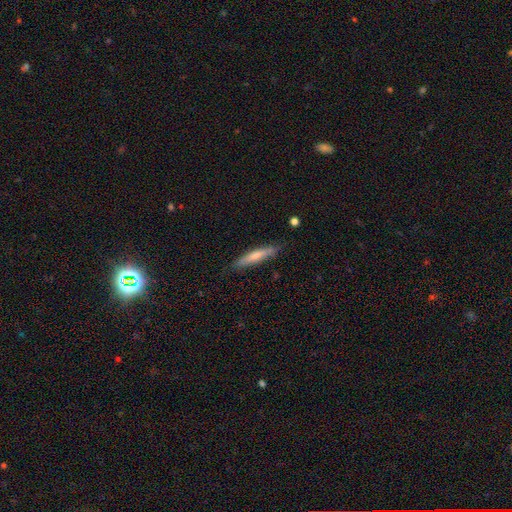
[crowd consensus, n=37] A smooth galaxy with no disk features (70%) that is cigar-shaped (96%).

Vote fractions:
- Smooth or featured? smooth: 70% / featured or disk: 24% / star or artifact: 5%
- How rounded? cigar-shaped: 96% / in between: 4% / round: 0%
- Merging? none: 66% / minor disturbance: 31% / merger: 3% / major disturbance: 0%